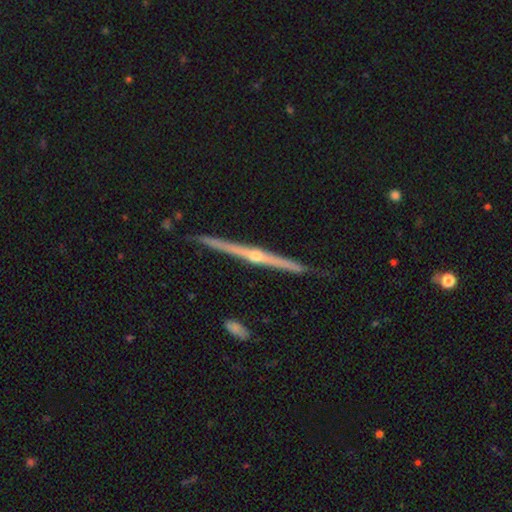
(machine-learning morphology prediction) Overall: featured or disk (86%). Edge-on disk: yes (98%). Edge-on bulge: rounded (89%). Merging: none (91%).